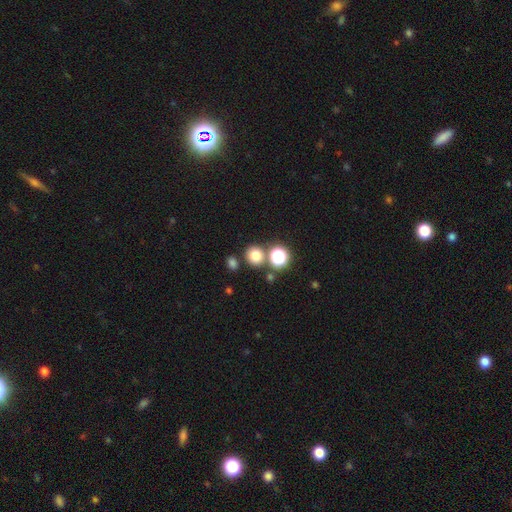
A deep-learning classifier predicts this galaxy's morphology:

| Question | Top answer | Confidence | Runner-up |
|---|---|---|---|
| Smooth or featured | smooth | 75% | star or artifact (19%) |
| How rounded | round | 86% | in between (13%) |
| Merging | none | 75% | merger (15%) |